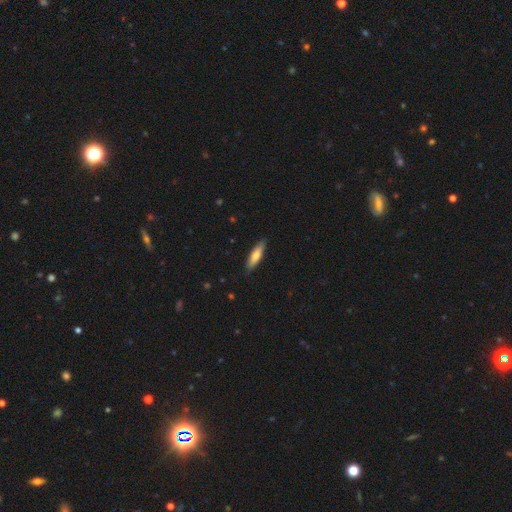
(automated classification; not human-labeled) Overall: smooth (74%). How rounded: cigar-shaped (65%; in between 33%). Merging: none (87%).